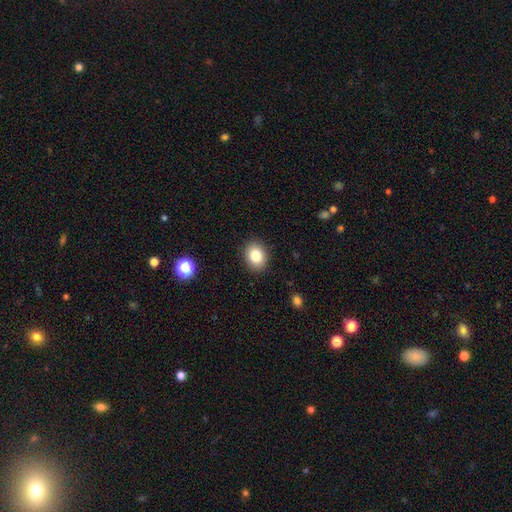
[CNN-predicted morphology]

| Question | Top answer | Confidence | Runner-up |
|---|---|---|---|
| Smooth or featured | smooth | 83% | star or artifact (10%) |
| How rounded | in between | 52% | round (47%) |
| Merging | none | 89% | minor disturbance (7%) |